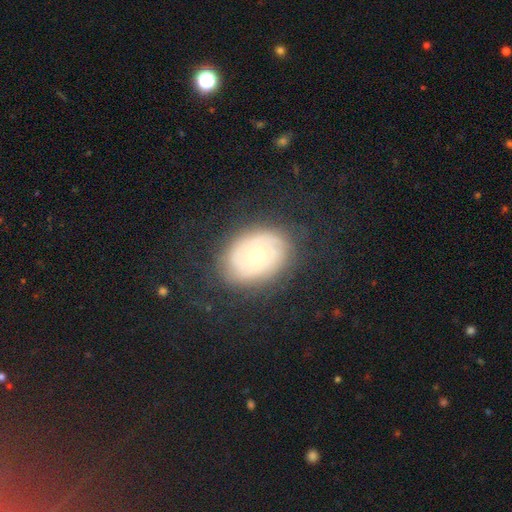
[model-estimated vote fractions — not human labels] The model was most divided on "bulge size": small: 55%, moderate: 39%, large: 4%, none: 2%, dominant: 1%. More confident: edge-on disk — no (96%); bar — no (84%); spiral arms — yes (75%); merging — none (75%); smooth or featured — featured or disk (60%).